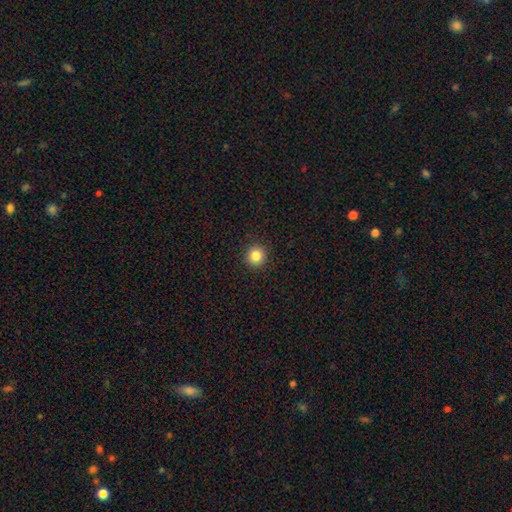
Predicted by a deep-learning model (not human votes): Smooth or featured: smooth — 84% (star or artifact — 11%)
How rounded: round — 95% (in between — 4%)
Merging: none — 93% (minor disturbance — 5%)